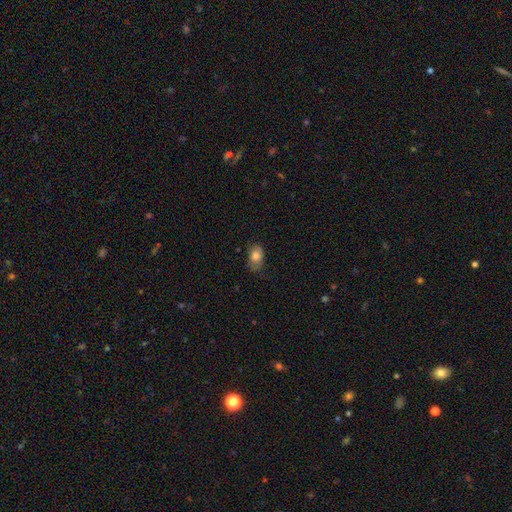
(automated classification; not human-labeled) smooth 80%, featured or disk 11%, star or artifact 9%. Down the decision tree: how rounded — in between (76%); merging — none (60%).